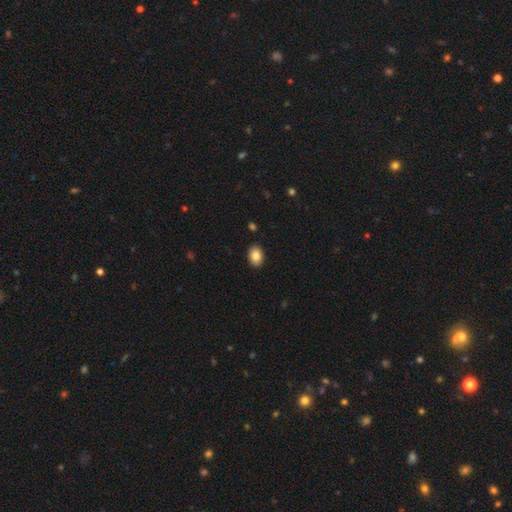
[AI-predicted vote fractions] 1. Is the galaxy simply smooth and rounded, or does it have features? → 86% smooth, 8% star or artifact, 6% featured or disk.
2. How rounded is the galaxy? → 78% in between, 21% round, 1% cigar-shaped.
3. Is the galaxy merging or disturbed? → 90% none, 7% minor disturbance, 2% major disturbance, 1% merger.